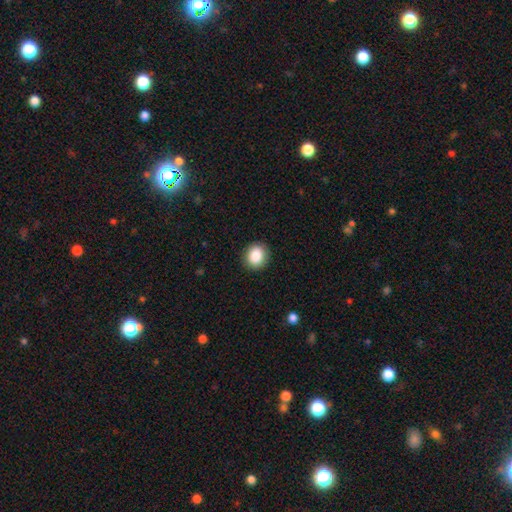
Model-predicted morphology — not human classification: smooth-or-featured: smooth: 87% | star or artifact: 8% | featured or disk: 5%
  how-rounded: round: 77% | in between: 22% | cigar-shaped: 1%
  merging: none: 90% | minor disturbance: 7% | major disturbance: 2% | merger: 1%